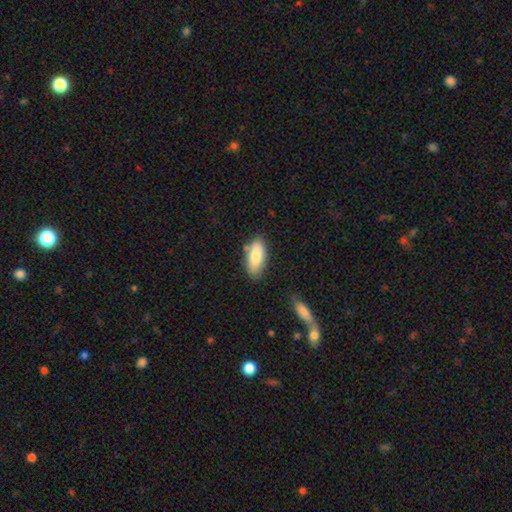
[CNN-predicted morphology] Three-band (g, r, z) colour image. It shows a smooth galaxy with no disk features (80%) that is in between round and cigar-shaped (85%). Merging: none (74%).